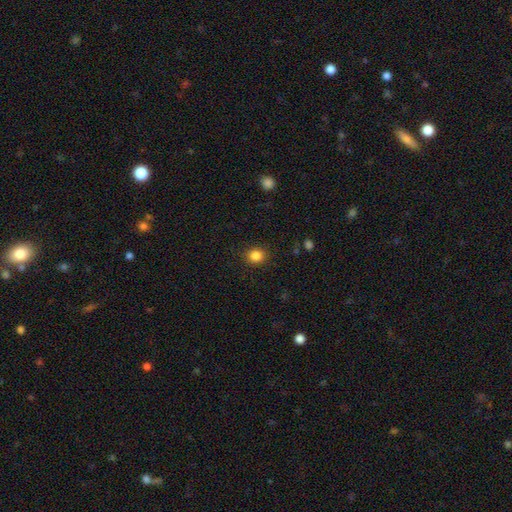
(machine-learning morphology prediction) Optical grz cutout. It shows a smooth galaxy with no disk features (85%) that is round (77%). Merging: none (89%).